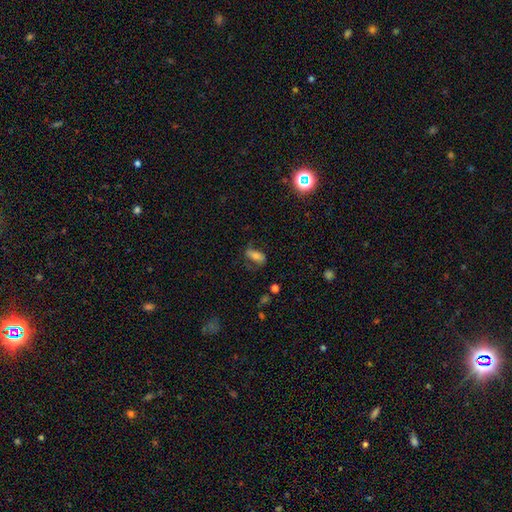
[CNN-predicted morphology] Q: Smooth or featured?
A: smooth (60%); runner-up: featured or disk (29%)
Q: How rounded?
A: in between (81%); runner-up: cigar-shaped (13%)
Q: Merging?
A: none (57%); runner-up: minor disturbance (24%)